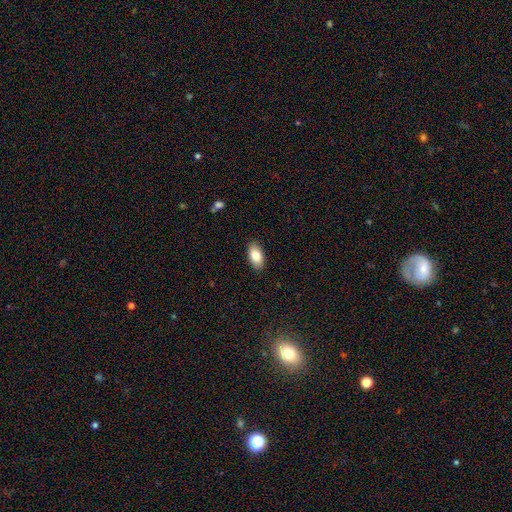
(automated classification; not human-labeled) Smooth or featured: smooth — 85% (featured or disk — 9%)
How rounded: in between — 93% (cigar-shaped — 3%)
Merging: none — 89% (minor disturbance — 8%)